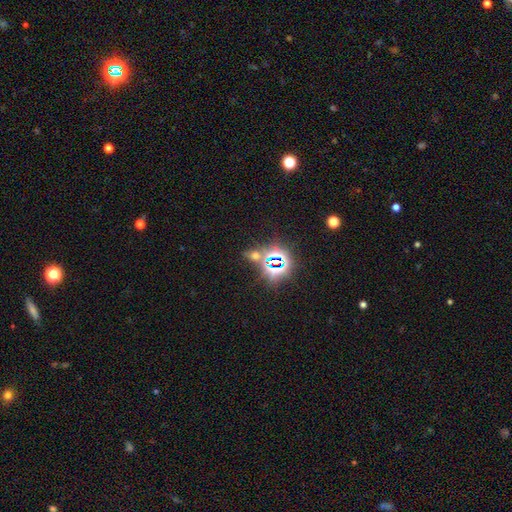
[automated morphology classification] Overall: star or artifact (60%; smooth 31%).